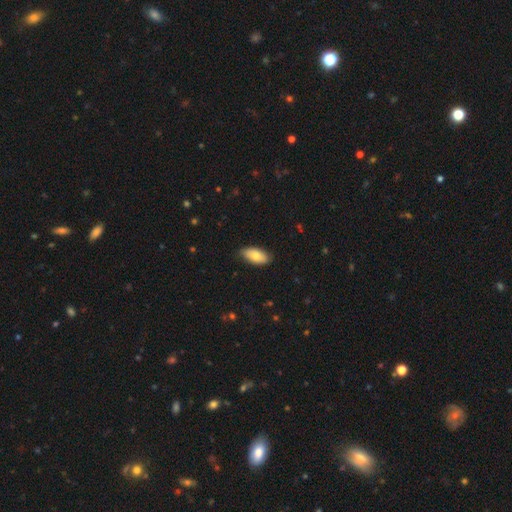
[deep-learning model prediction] This is likely a smooth galaxy (77%). How rounded: clearly in between (92%). Merging: clearly none (82%).